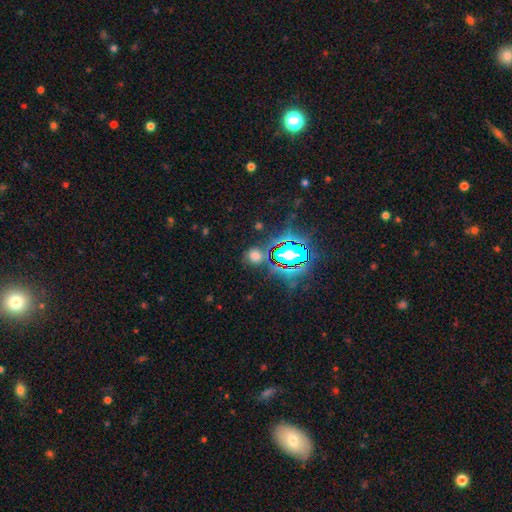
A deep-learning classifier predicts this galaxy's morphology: A smooth galaxy with no disk features (51%) that is round (79%).

Vote fractions:
- Smooth or featured? smooth: 51% / star or artifact: 39% / featured or disk: 9%
- How rounded? round: 79% / in between: 19% / cigar-shaped: 2%
- Merging? none: 75% / minor disturbance: 13% / major disturbance: 6% / merger: 6%